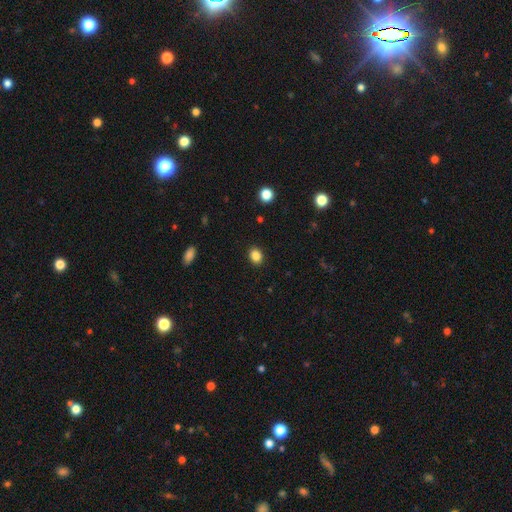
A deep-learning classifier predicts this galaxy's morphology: smooth 86%, star or artifact 11%, featured or disk 4%. Down the decision tree: how rounded — in between (53%); merging — none (90%).